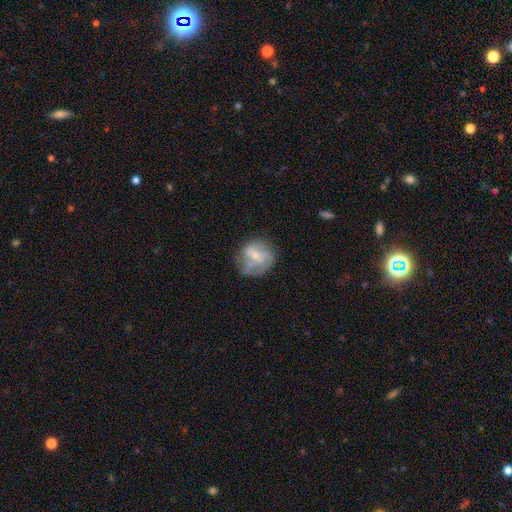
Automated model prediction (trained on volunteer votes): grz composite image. It shows a featured or disk galaxy (57%) with a weak bar (44%), spiral arms (64%) and a small central bulge (55%). Merging: none (56%).